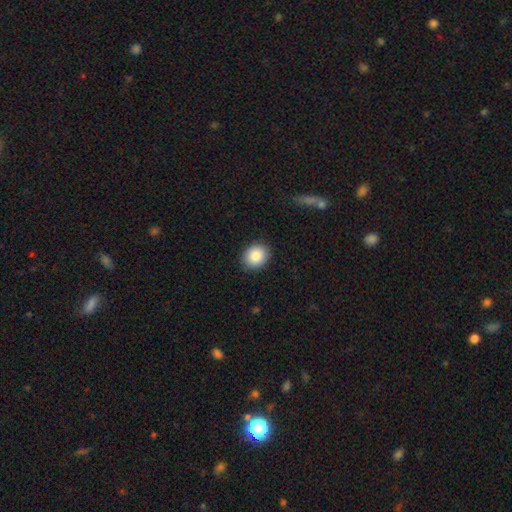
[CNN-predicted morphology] Smooth or featured: smooth — 86% (star or artifact — 8%)
How rounded: round — 68% (in between — 31%)
Merging: none — 89% (minor disturbance — 8%)